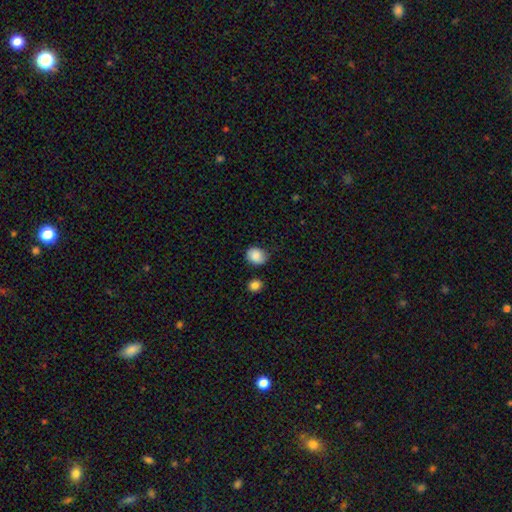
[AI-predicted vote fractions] smooth_or_featured: smooth (p=0.84) [alt: star or artifact p=0.08]
how_rounded: round (p=0.57) [alt: in between p=0.42]
merging: none (p=0.67) [alt: minor disturbance p=0.24]